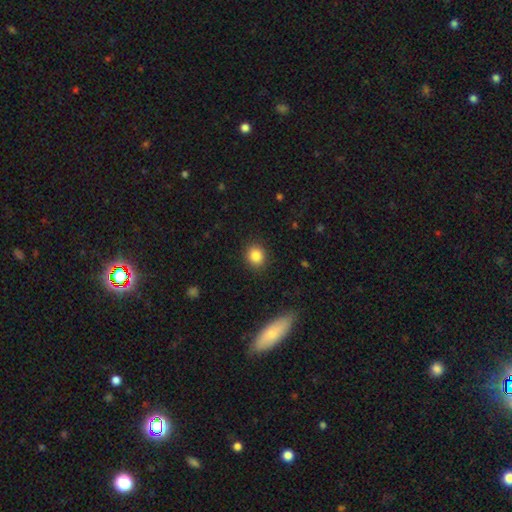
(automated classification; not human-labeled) Morphology: type=smooth (85%); roundness=round (79%); merging=none (90%).